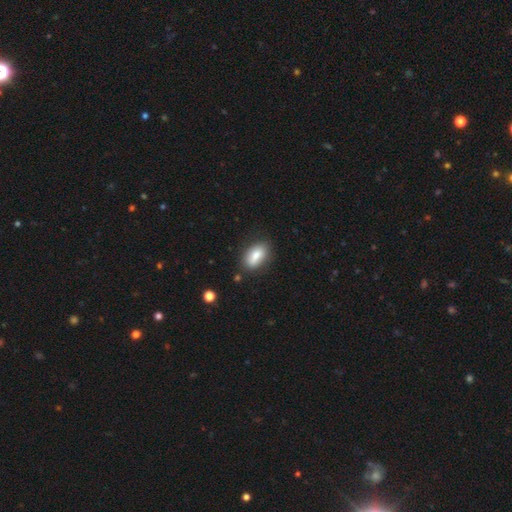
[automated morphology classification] smooth 79%, featured or disk 14%, star or artifact 7%. Down the decision tree: how rounded — in between (90%); merging — none (80%).